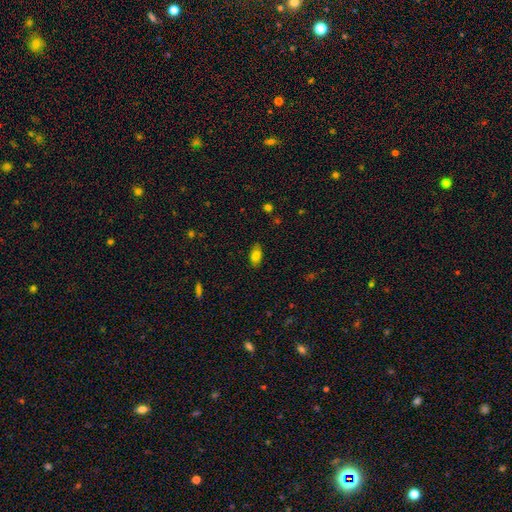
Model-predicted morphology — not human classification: A smooth galaxy with no disk features (81%) that is in between round and cigar-shaped (89%). Merging: none (84%).